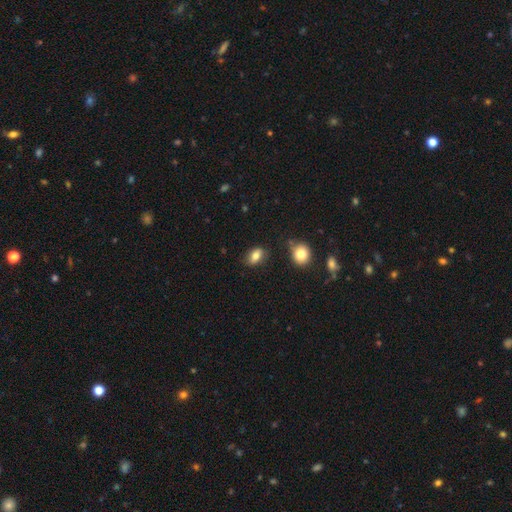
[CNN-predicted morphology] Smooth or featured? smooth (79%)
How rounded? in between (84%)
Merging? none (77%)